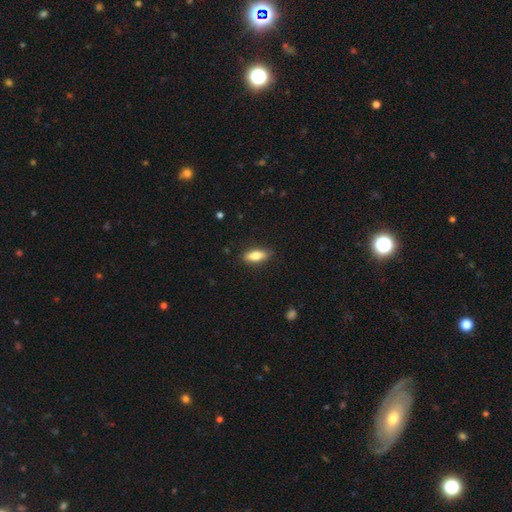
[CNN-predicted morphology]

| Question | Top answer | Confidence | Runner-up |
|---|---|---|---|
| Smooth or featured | smooth | 78% | featured or disk (16%) |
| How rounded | in between | 71% | cigar-shaped (26%) |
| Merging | none | 87% | minor disturbance (10%) |